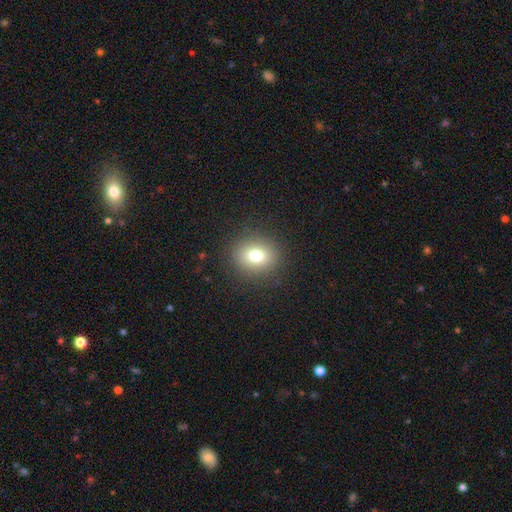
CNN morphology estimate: Smooth or featured: smooth — 77% (star or artifact — 13%)
How rounded: round — 69% (in between — 30%)
Merging: none — 88% (minor disturbance — 7%)